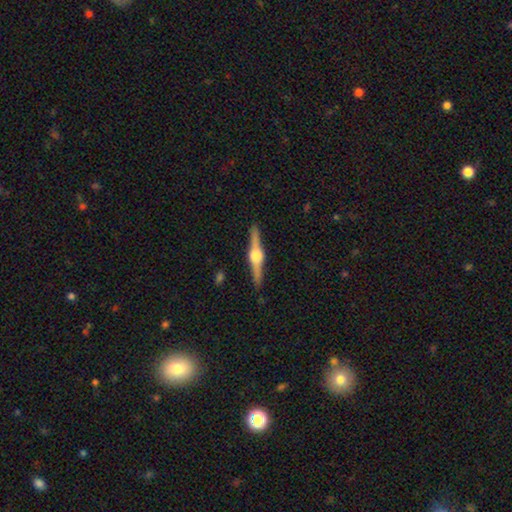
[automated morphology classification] This appears to be a featured or disk galaxy (86%) viewed edge-on (98%) with a rounded central bulge (94%). Merging: none (91%).